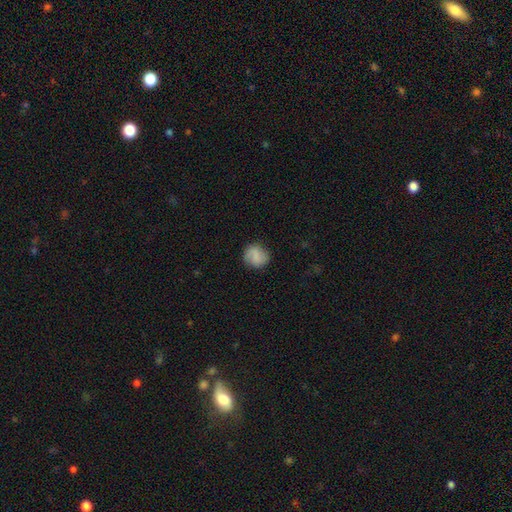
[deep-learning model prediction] Morphology: type=smooth (68%); roundness=round (83%); merging=none (82%).